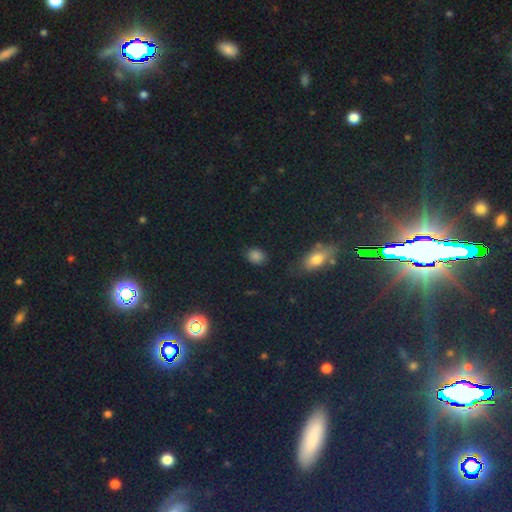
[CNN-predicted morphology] This appears to be a smooth galaxy with no disk features (78%) that is in between round and cigar-shaped (57%). Merging: none (83%).